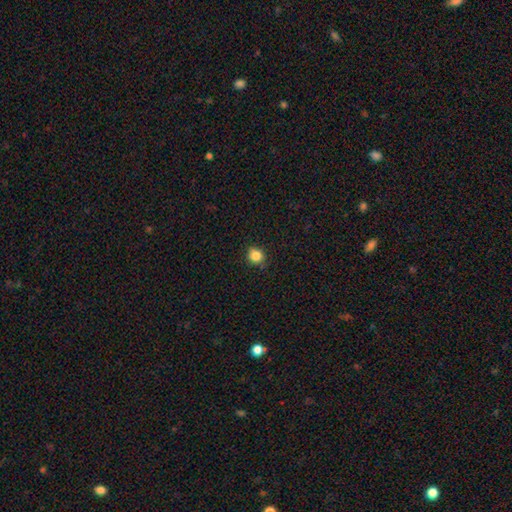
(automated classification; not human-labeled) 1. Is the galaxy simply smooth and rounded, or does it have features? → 84% smooth, 11% star or artifact, 4% featured or disk.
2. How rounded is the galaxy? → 86% round, 13% in between, 1% cigar-shaped.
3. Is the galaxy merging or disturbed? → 87% none, 10% minor disturbance, 2% major disturbance, 1% merger.